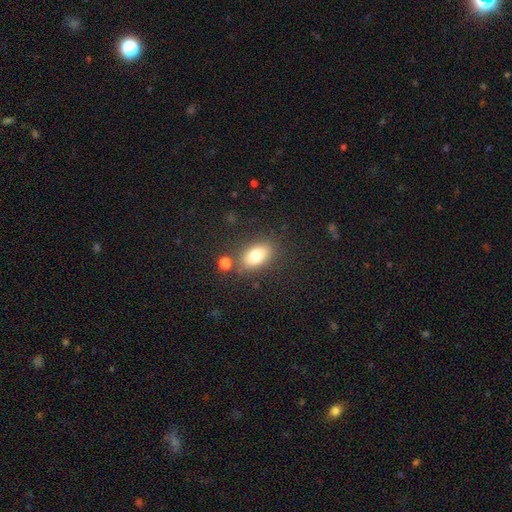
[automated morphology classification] Smooth or featured? smooth (76%)
How rounded? in between (84%)
Merging? none (78%)